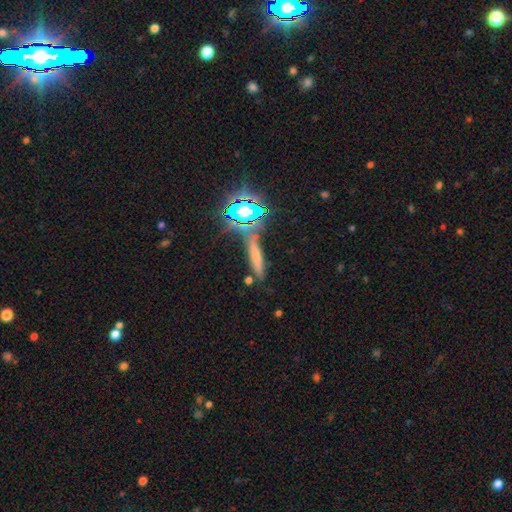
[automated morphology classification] Smooth or featured? smooth (56%)
How rounded? cigar-shaped (85%)
Merging? none (73%)